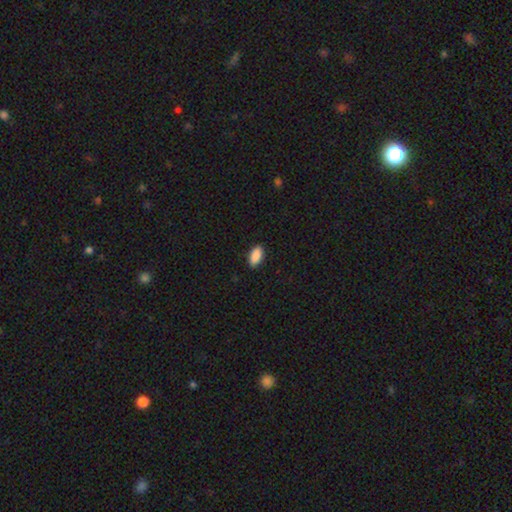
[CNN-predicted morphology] Smooth or featured? smooth (91%)
How rounded? in between (92%)
Merging? none (90%)